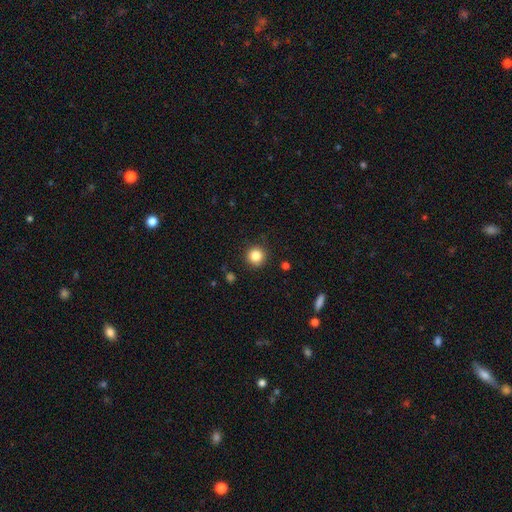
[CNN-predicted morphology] A smooth galaxy with no disk features (84%) that is round (95%). Merging: none (90%).